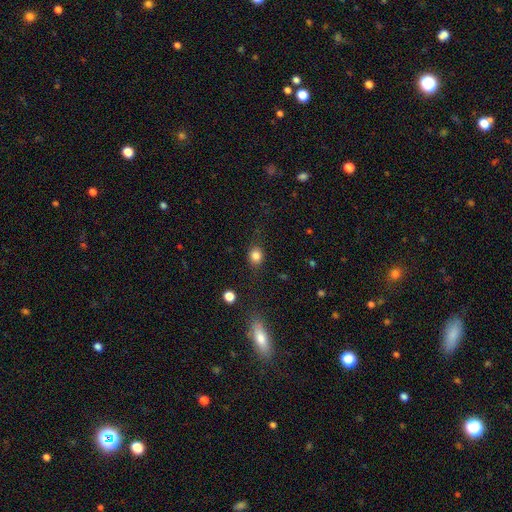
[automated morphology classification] Overall: smooth (83%). How rounded: round (71%). Merging: none (79%).